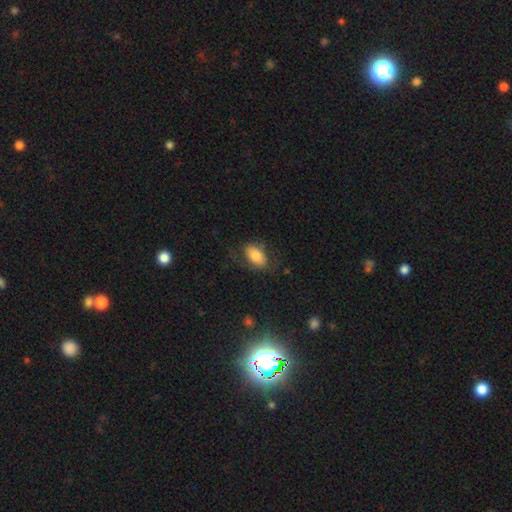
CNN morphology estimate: A smooth galaxy with no disk features (72%) that is in between round and cigar-shaped (91%).

Vote fractions:
- Smooth or featured? smooth: 72% / featured or disk: 21% / star or artifact: 7%
- How rounded? in between: 91% / round: 7% / cigar-shaped: 2%
- Merging? none: 67% / minor disturbance: 18% / major disturbance: 13% / merger: 1%